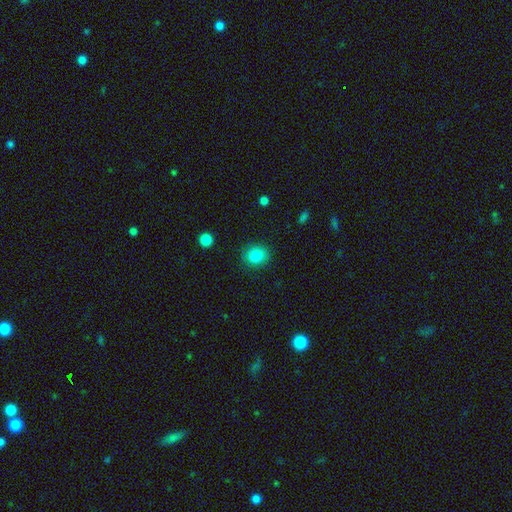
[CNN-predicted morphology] Smooth or featured? Predicted: smooth (p=0.86). How rounded? Predicted: round (p=0.67). Merging? Predicted: none (p=0.86).